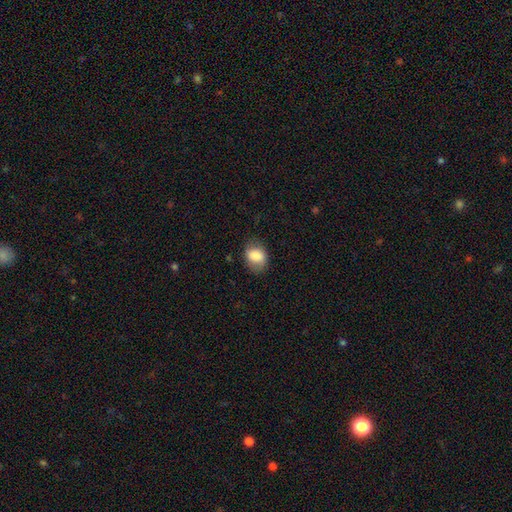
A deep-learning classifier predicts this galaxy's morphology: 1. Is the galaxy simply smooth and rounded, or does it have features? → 81% smooth, 12% featured or disk, 8% star or artifact.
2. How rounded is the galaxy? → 68% in between, 31% round, 1% cigar-shaped.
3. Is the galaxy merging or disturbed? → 72% none, 21% minor disturbance, 7% major disturbance, 1% merger.